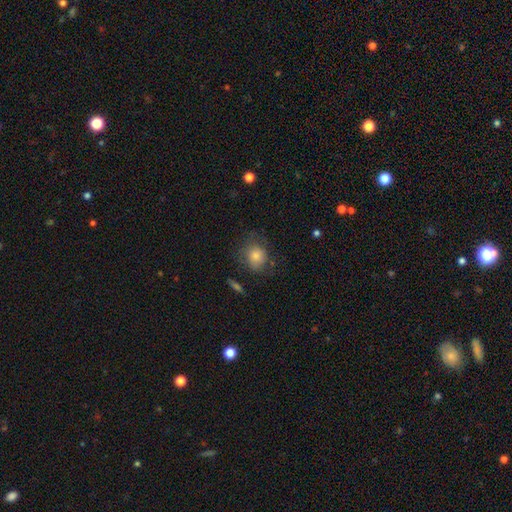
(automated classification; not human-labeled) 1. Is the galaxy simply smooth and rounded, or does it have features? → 74% smooth, 14% featured or disk, 12% star or artifact.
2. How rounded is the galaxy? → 74% round, 24% in between, 1% cigar-shaped.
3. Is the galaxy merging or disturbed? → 67% none, 21% minor disturbance, 10% major disturbance, 2% merger.